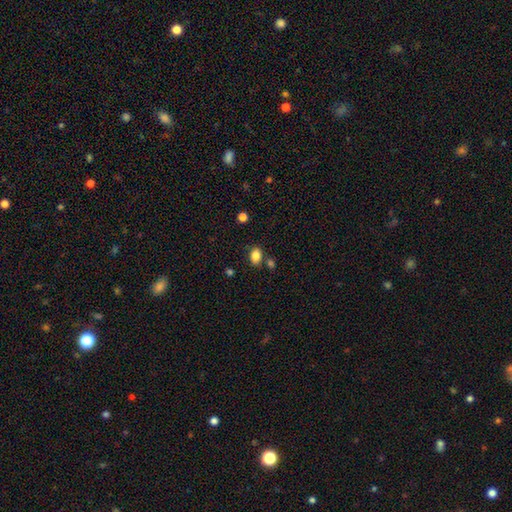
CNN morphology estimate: Overall: smooth (84%). How rounded: in between (78%). Merging: none (75%).